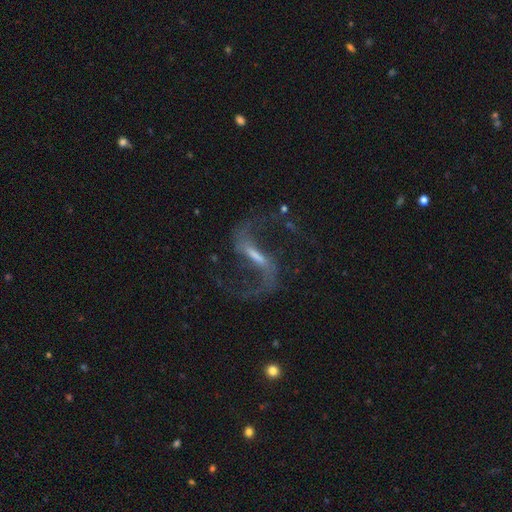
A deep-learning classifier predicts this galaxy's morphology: type=featured or disk (90%); edge-on=no (95%); bar=strong (54%); spiral arms=yes (97%); winding=loose (80%); arm count=2 (94%); bulge=small (35%); merging=none (73%).